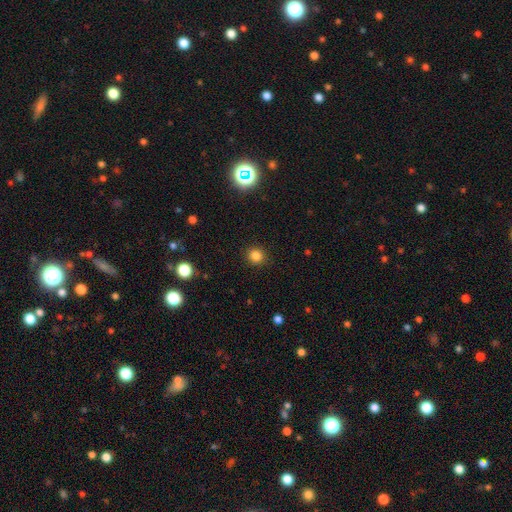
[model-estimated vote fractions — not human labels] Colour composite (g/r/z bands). It shows a smooth galaxy with no disk features (82%) that is round (88%). Merging: none (91%).